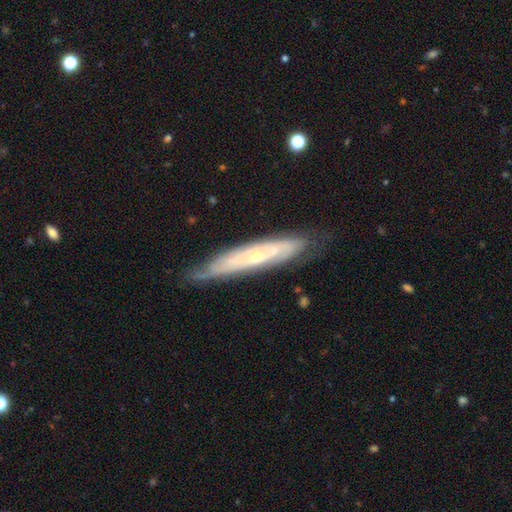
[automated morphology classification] A featured or disk galaxy (71%) viewed edge-on (51%). Merging: none (75%).